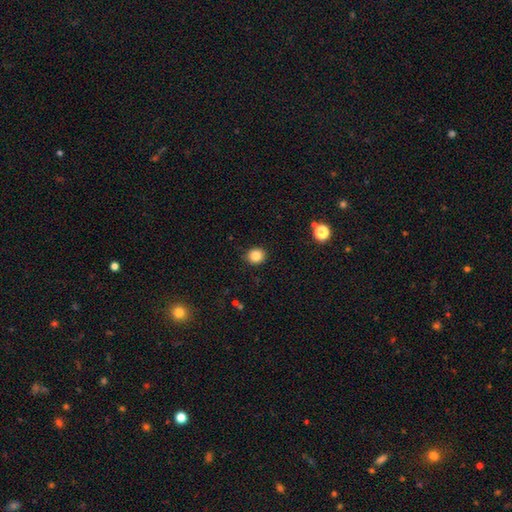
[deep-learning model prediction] The model was most divided on "how rounded": round: 84%, in between: 15%, cigar-shaped: 1%. More confident: merging — none (90%); smooth or featured — smooth (83%).